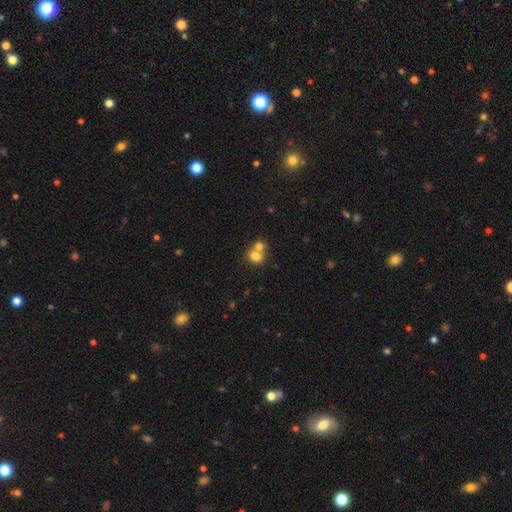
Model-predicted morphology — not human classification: Q: Smooth or featured?
A: smooth (76%); runner-up: featured or disk (13%)
Q: How rounded?
A: round (55%); runner-up: in between (43%)
Q: Merging?
A: merger (58%); runner-up: none (32%)